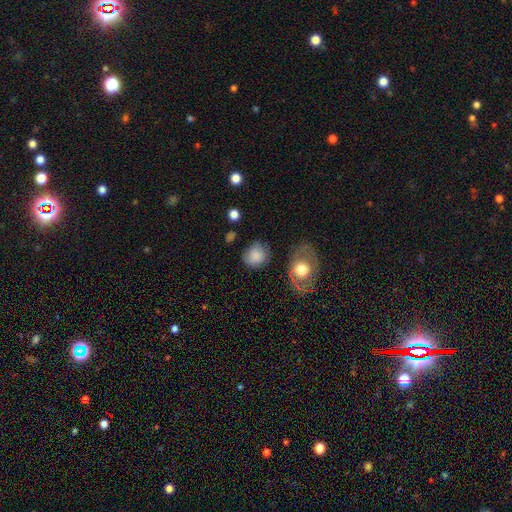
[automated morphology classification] Q: Smooth or featured?
A: smooth (79%); runner-up: featured or disk (13%)
Q: How rounded?
A: round (70%); runner-up: in between (28%)
Q: Merging?
A: none (66%); runner-up: minor disturbance (22%)